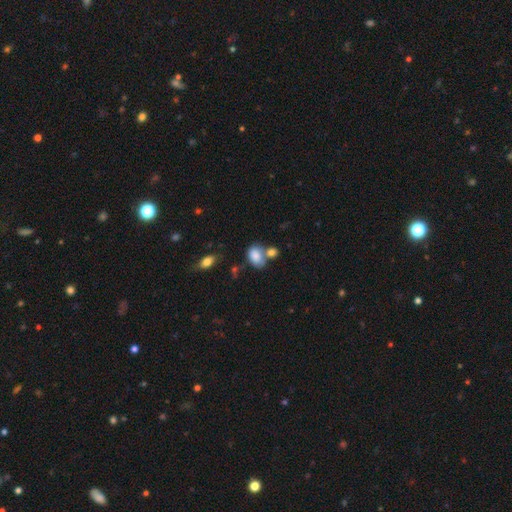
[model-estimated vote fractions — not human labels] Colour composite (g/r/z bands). It shows a smooth galaxy with no disk features (81%) that is in between round and cigar-shaped (80%). Merging: none (38%).